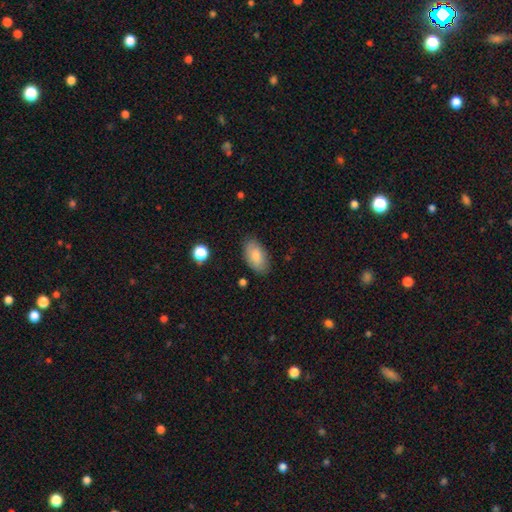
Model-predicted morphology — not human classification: smooth_or_featured: smooth (p=0.83) [alt: featured or disk p=0.10]
how_rounded: in between (p=0.94) [alt: round p=0.03]
merging: none (p=0.82) [alt: minor disturbance p=0.13]